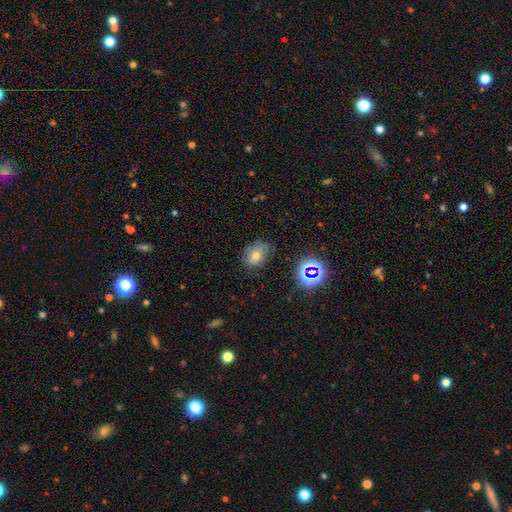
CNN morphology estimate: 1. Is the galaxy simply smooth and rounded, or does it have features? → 62% smooth, 21% star or artifact, 17% featured or disk.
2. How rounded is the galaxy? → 72% in between, 27% round, 1% cigar-shaped.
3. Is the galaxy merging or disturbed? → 69% none, 23% minor disturbance, 7% major disturbance, 2% merger.